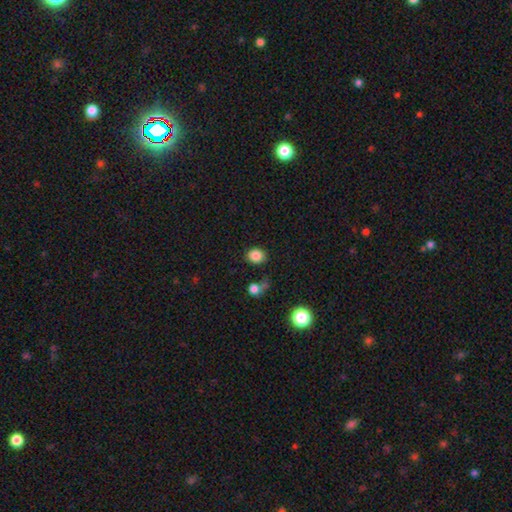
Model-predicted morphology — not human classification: Overall: smooth (85%). How rounded: round (65%; in between 34%). Merging: none (79%).